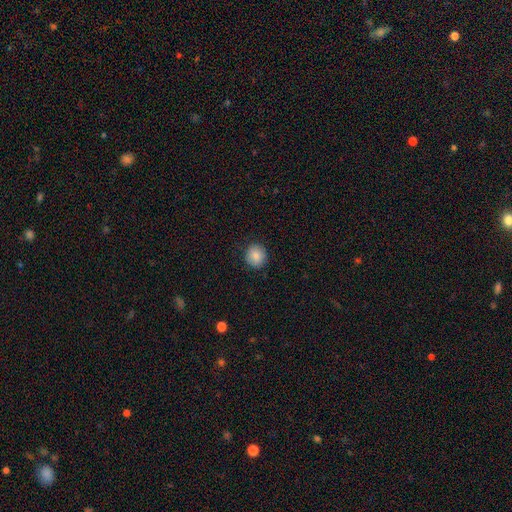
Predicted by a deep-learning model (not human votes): Overall: smooth (86%). How rounded: round (89%). Merging: none (89%).